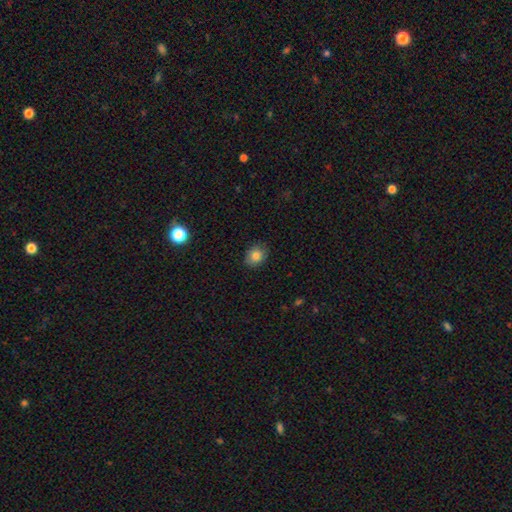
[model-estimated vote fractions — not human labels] Morphology: type=smooth (82%); roundness=round (51%); merging=none (86%).